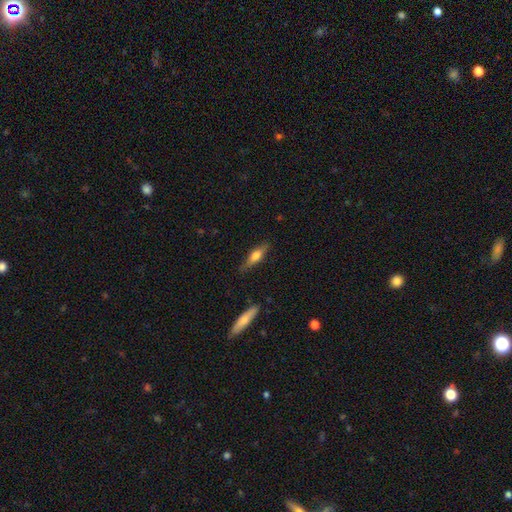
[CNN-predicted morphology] Smooth or featured: featured or disk — 49% (smooth — 44%)
Merging: none — 81% (minor disturbance — 14%)